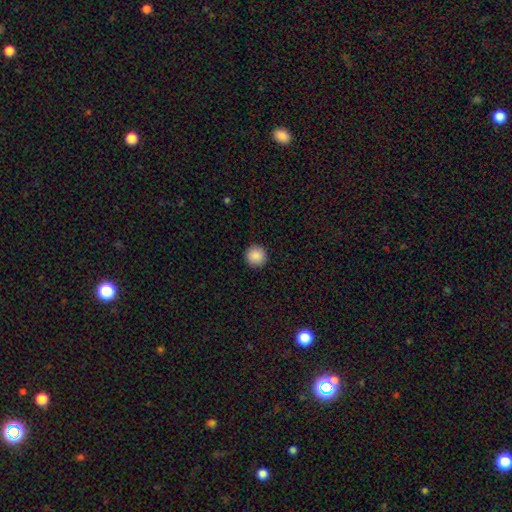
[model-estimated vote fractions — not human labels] This appears to be a smooth galaxy with no disk features (89%) that is round (96%). Merging: none (93%).